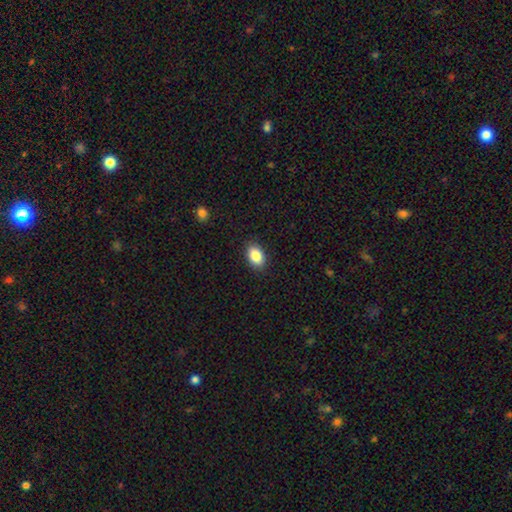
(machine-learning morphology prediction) This appears to be a smooth galaxy with no disk features (87%) that is in between round and cigar-shaped (89%). Merging: none (89%).